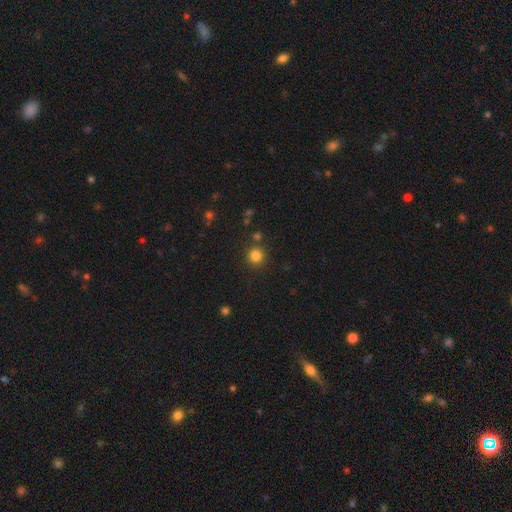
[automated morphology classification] type=smooth (82%); roundness=round (94%); merging=none (86%).